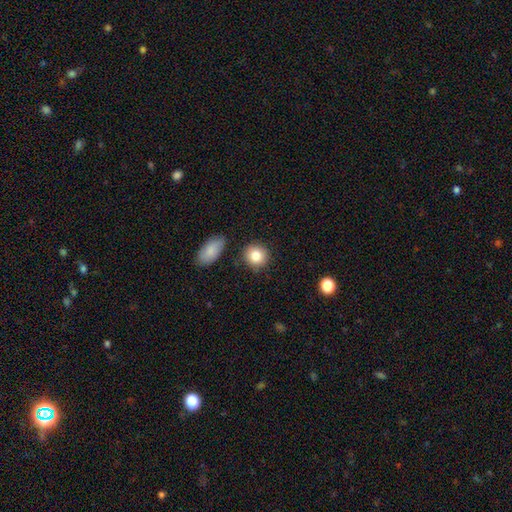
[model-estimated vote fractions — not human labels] This appears to be a smooth galaxy with no disk features (84%) that is round (85%). Merging: none (82%).